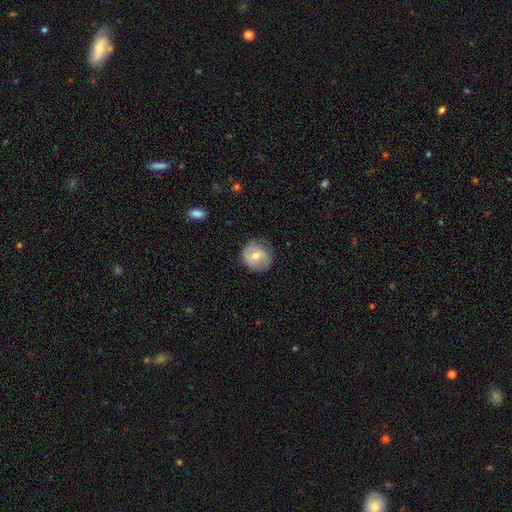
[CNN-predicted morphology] Smooth or featured: smooth — 53% (featured or disk — 40%)
How rounded: round — 89% (in between — 9%)
Merging: none — 79% (minor disturbance — 16%)